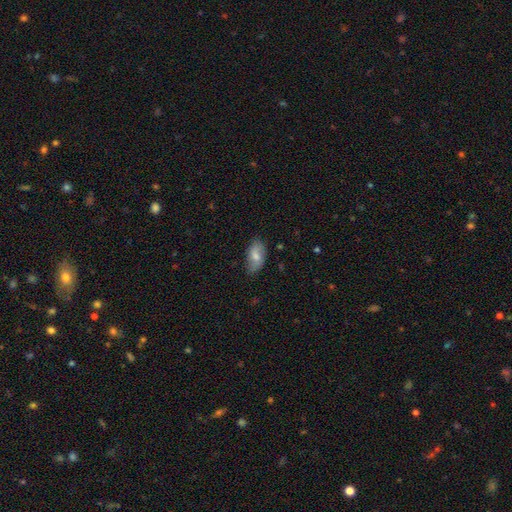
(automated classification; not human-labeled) Q: Smooth or featured?
A: smooth (72%); runner-up: featured or disk (21%)
Q: How rounded?
A: in between (93%); runner-up: cigar-shaped (4%)
Q: Merging?
A: none (74%); runner-up: minor disturbance (21%)